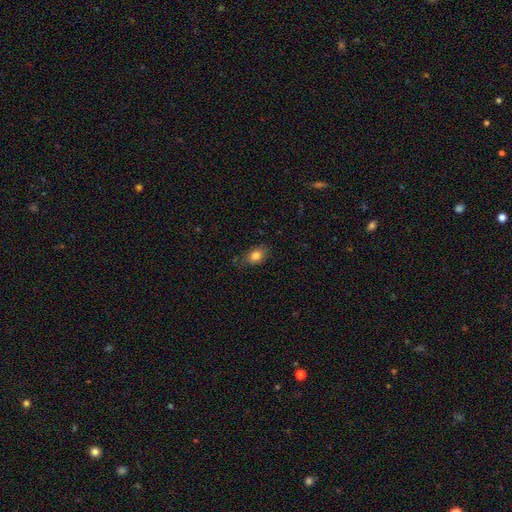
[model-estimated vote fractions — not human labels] Overall: smooth (82%). How rounded: in between (75%). Merging: none (77%).